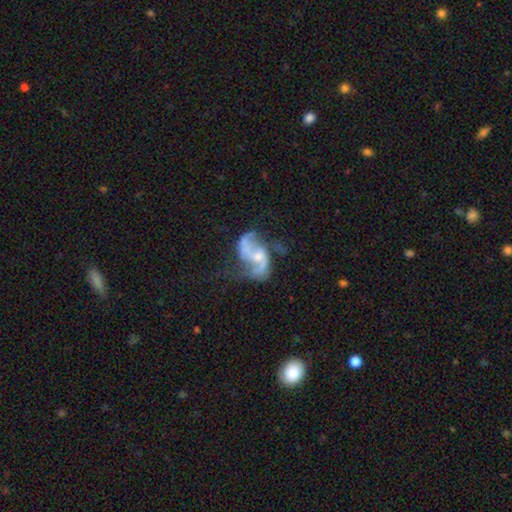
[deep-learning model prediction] featured or disk 85%, smooth 9%, star or artifact 7%. Down the decision tree: edge-on disk — no (97%); bar — no (47%); spiral arms — yes (92%); spiral arm count — 2 (87%); spiral winding — loose (60%); bulge size — small (46%); merging — none (45%).